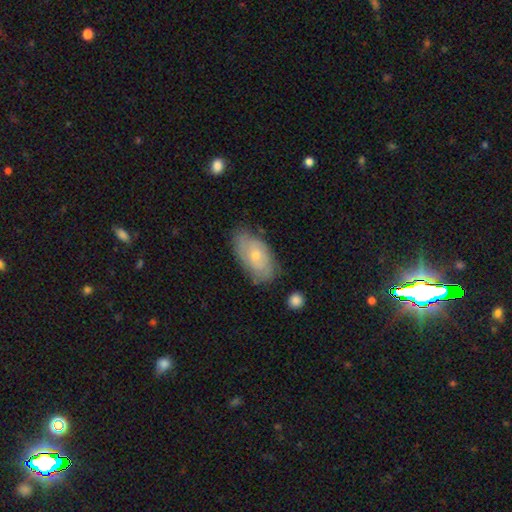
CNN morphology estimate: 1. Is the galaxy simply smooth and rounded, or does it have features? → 47% smooth, 46% featured or disk, 6% star or artifact.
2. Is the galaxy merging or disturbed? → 69% none, 23% minor disturbance, 6% major disturbance, 2% merger.